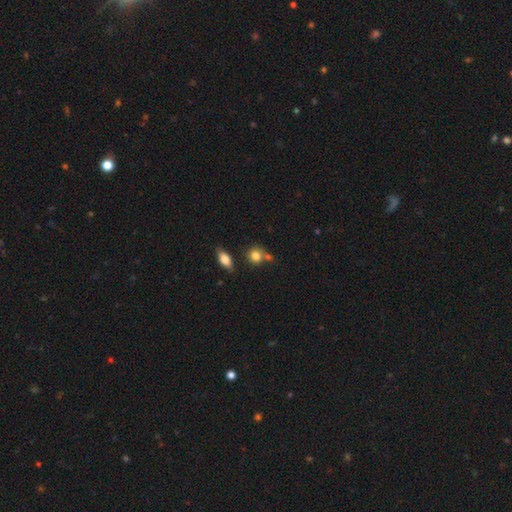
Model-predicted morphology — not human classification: type=smooth (81%); roundness=round (77%); merging=none (57%).